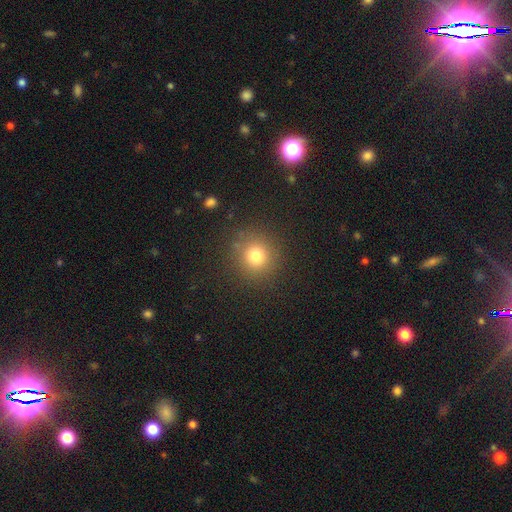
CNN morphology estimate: This appears to be a smooth galaxy with no disk features (77%) that is round (92%). Merging: none (87%).